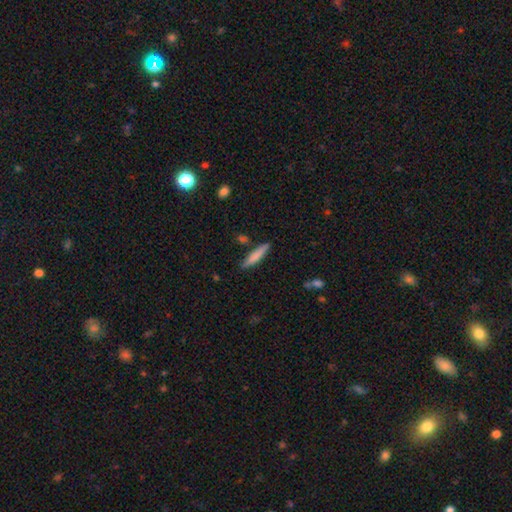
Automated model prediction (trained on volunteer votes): Overall: smooth (77%). How rounded: cigar-shaped (87%). Merging: none (81%).